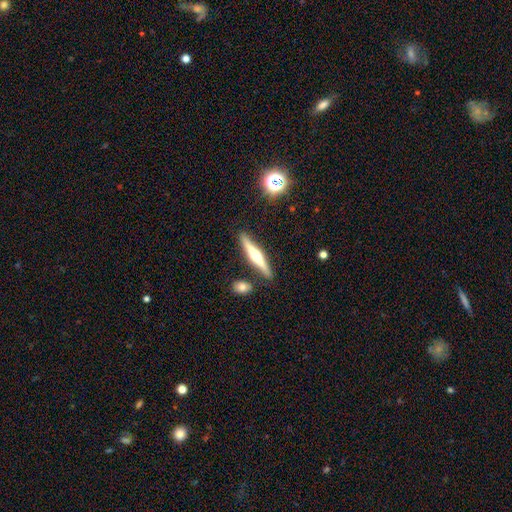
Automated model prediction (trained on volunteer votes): Q: Smooth or featured?
A: featured or disk (65%); runner-up: smooth (28%)
Q: Edge-on disk?
A: yes (97%); runner-up: no (3%)
Q: Edge-on bulge?
A: rounded (89%); runner-up: boxy (6%)
Q: Merging?
A: none (86%); runner-up: minor disturbance (8%)